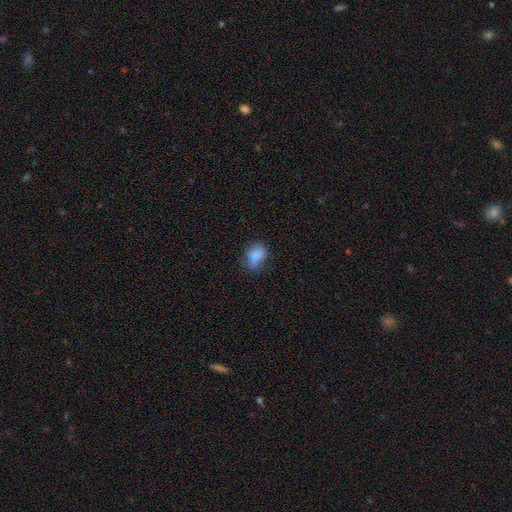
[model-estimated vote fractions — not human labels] Smooth or featured? Predicted: smooth (p=0.81). How rounded? Predicted: in between (p=0.75). Merging? Predicted: none (p=0.54).